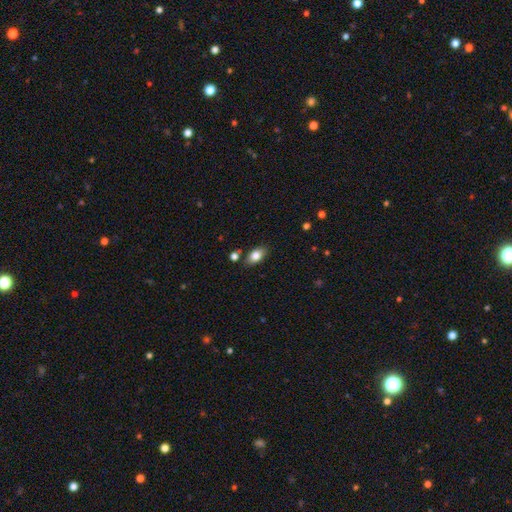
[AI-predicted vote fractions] A smooth galaxy with no disk features (81%) that is in between round and cigar-shaped (89%). Merging: none (81%).